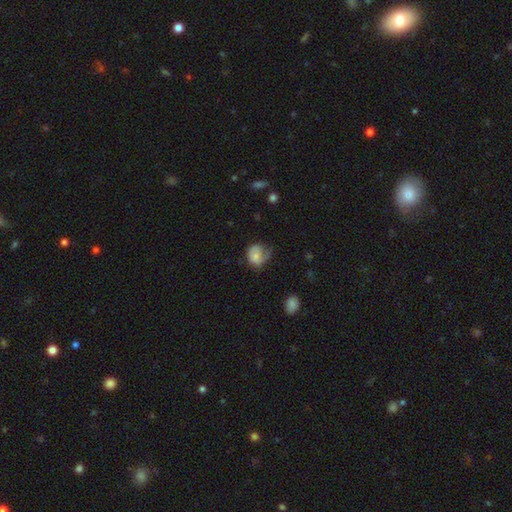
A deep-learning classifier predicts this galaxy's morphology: smooth 63%, featured or disk 29%, star or artifact 8%. Down the decision tree: how rounded — round (61%); merging — minor disturbance (34%).